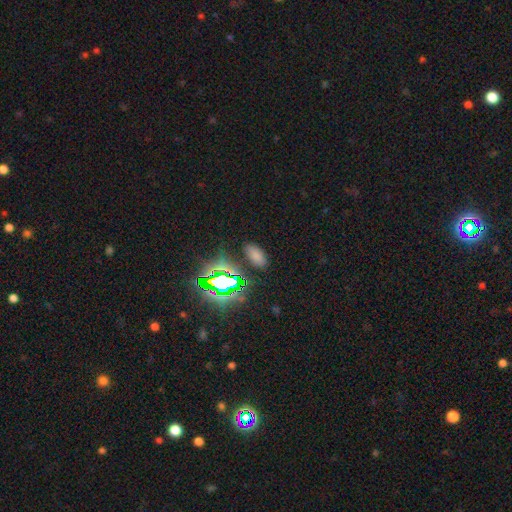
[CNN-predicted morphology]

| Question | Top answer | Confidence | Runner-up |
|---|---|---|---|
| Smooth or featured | smooth | 66% | star or artifact (27%) |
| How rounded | in between | 91% | cigar-shaped (5%) |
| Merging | none | 85% | minor disturbance (10%) |